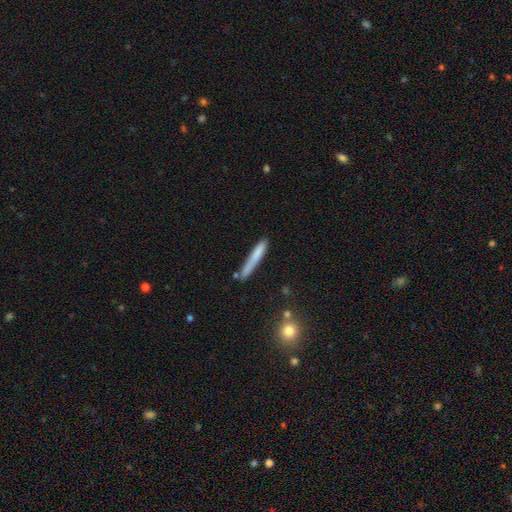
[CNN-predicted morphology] smooth 73%, featured or disk 20%, star or artifact 7%. Down the decision tree: how rounded — cigar-shaped (95%); merging — none (74%).